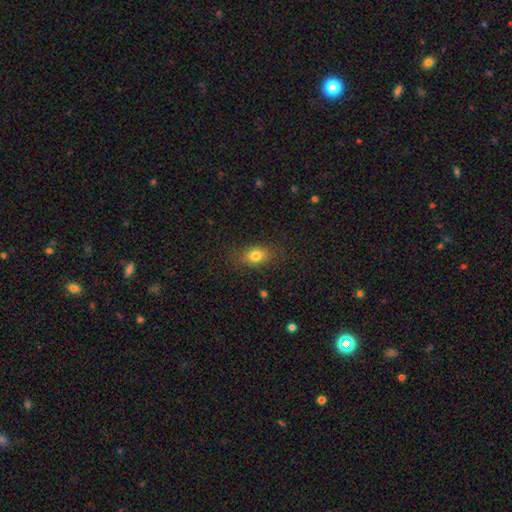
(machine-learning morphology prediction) This is likely a smooth galaxy (79%). How rounded: likely in between (70%). Merging: clearly none (81%).